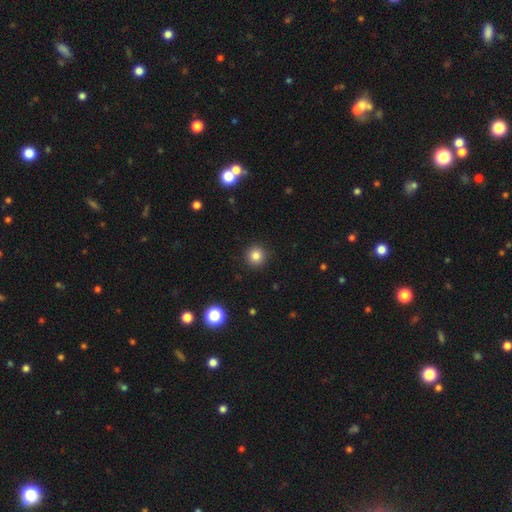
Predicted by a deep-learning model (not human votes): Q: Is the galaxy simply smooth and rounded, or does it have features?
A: smooth — 83%.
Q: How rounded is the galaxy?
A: round — 95%.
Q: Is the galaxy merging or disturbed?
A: none — 92%.